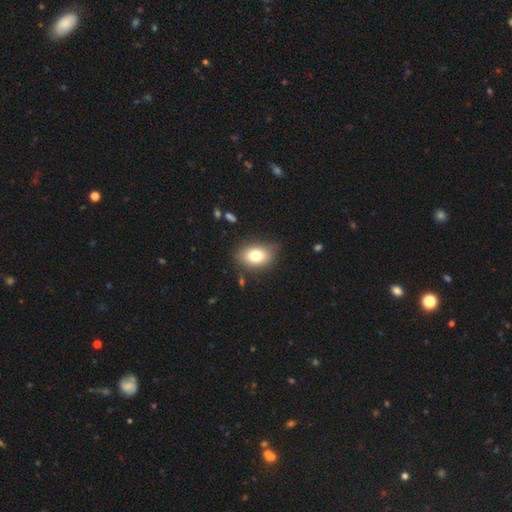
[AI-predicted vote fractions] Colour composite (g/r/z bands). It shows a smooth galaxy with no disk features (77%) that is in between round and cigar-shaped (79%). Merging: none (79%).